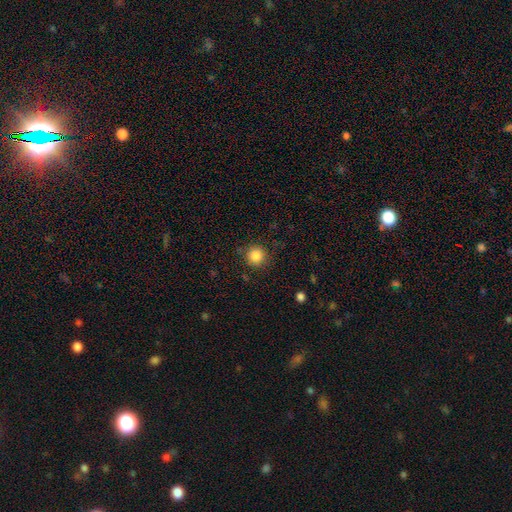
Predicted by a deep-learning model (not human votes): Smooth or featured?
  - smooth: 85% *
  - star or artifact: 10%
  - featured or disk: 4%
How rounded?
  - round: 94% *
  - in between: 5%
  - cigar-shaped: 1%
Merging?
  - none: 87% *
  - minor disturbance: 9%
  - major disturbance: 3%
  - merger: 1%